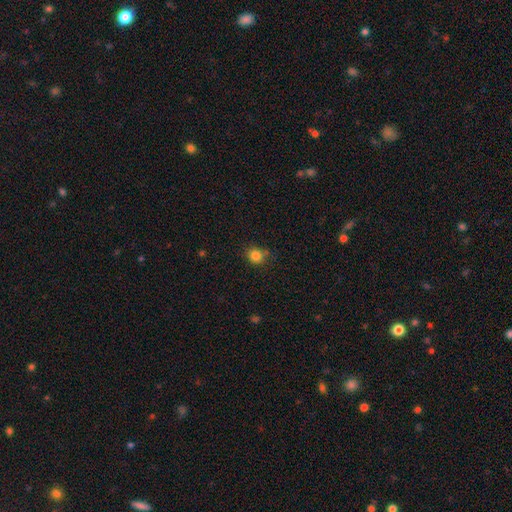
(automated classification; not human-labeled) Q: Smooth or featured?
A: smooth (83%); runner-up: star or artifact (12%)
Q: How rounded?
A: round (85%); runner-up: in between (14%)
Q: Merging?
A: none (76%); runner-up: minor disturbance (16%)